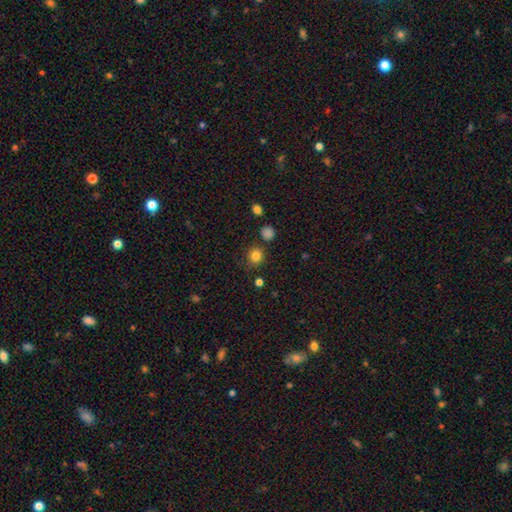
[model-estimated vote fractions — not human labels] A smooth galaxy with no disk features (82%) that is round (87%).

Vote fractions:
- Smooth or featured? smooth: 82% / star or artifact: 13% / featured or disk: 5%
- How rounded? round: 87% / in between: 12% / cigar-shaped: 1%
- Merging? none: 79% / minor disturbance: 12% / merger: 5% / major disturbance: 4%